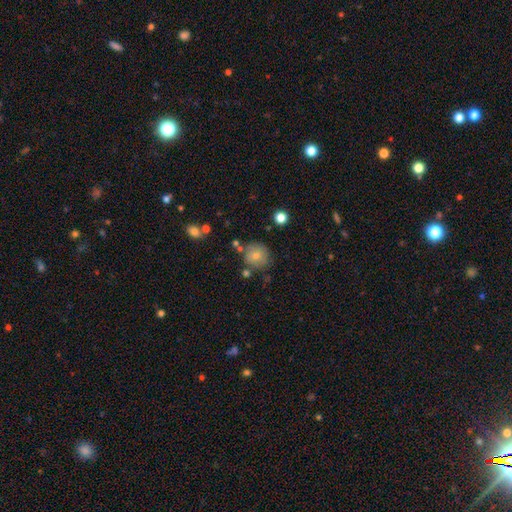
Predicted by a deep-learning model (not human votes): Smooth or featured? Predicted: smooth (p=0.75). How rounded? Predicted: round (p=0.89). Merging? Predicted: none (p=0.73).